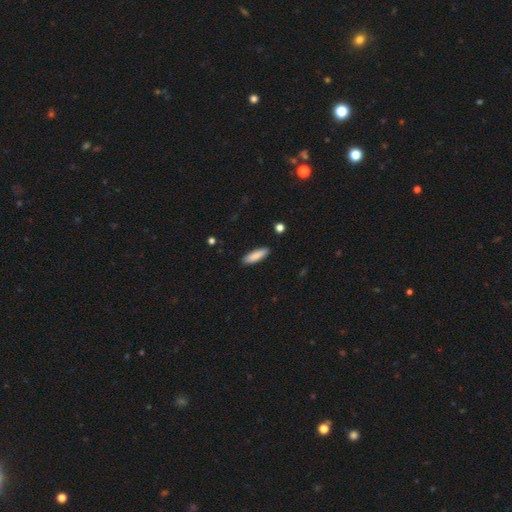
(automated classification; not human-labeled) Q: Smooth or featured?
A: smooth (87%); runner-up: featured or disk (7%)
Q: How rounded?
A: cigar-shaped (58%); runner-up: in between (41%)
Q: Merging?
A: none (89%); runner-up: minor disturbance (8%)